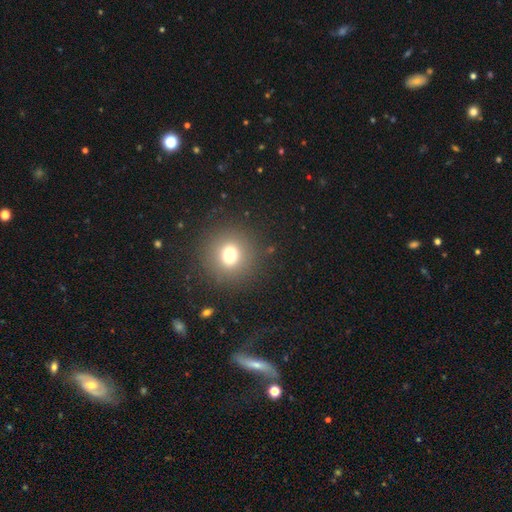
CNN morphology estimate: A smooth galaxy with no disk features (57%) that is round (94%).

Vote fractions:
- Smooth or featured? smooth: 57% / star or artifact: 31% / featured or disk: 12%
- How rounded? round: 94% / in between: 5% / cigar-shaped: 1%
- Merging? none: 90% / minor disturbance: 5% / major disturbance: 3% / merger: 2%